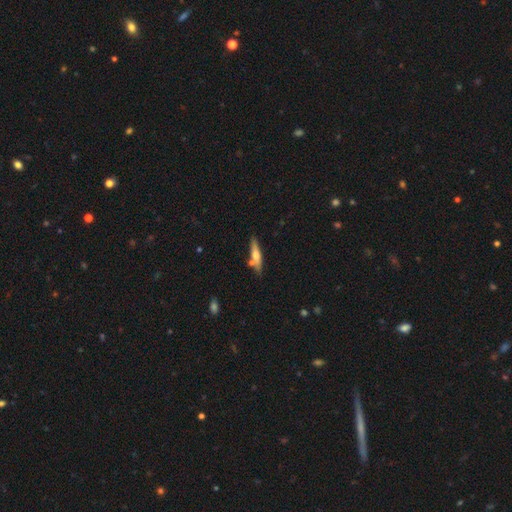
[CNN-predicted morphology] Overall: smooth (50%; featured or disk 44%). How rounded: cigar-shaped (80%). Merging: none (70%).